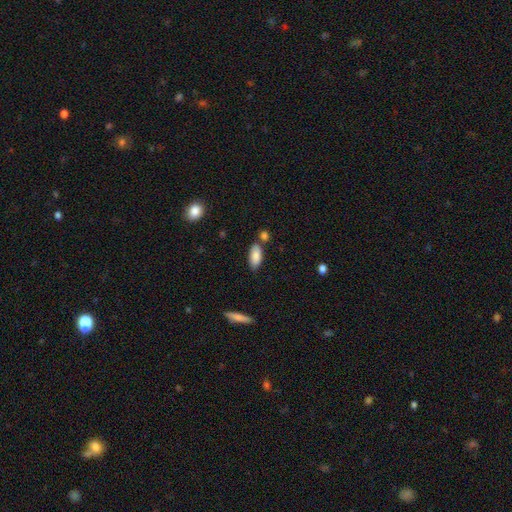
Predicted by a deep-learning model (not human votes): Q: Smooth or featured?
A: smooth (84%); runner-up: featured or disk (9%)
Q: How rounded?
A: in between (86%); runner-up: cigar-shaped (12%)
Q: Merging?
A: none (72%); runner-up: minor disturbance (14%)